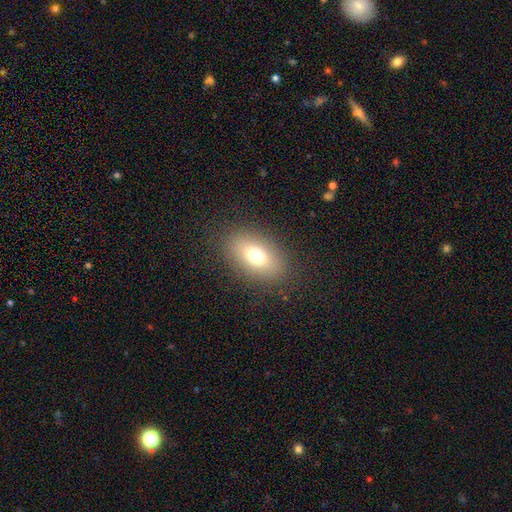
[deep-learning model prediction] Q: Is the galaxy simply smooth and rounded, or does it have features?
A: smooth — 72%.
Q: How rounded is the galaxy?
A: in between — 86%.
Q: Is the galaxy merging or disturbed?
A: none — 85%.